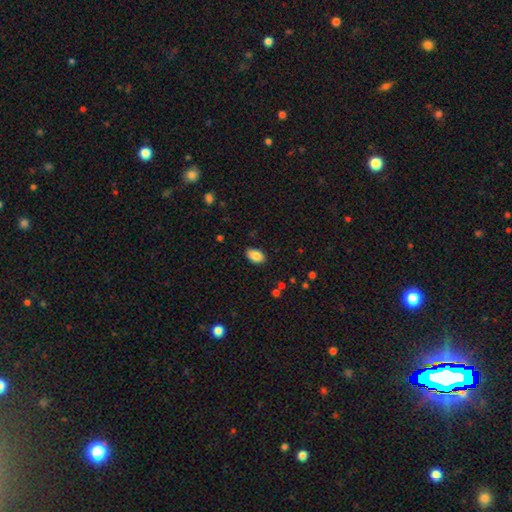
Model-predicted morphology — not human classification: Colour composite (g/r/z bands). It shows a smooth galaxy with no disk features (87%) that is in between round and cigar-shaped (89%). Merging: none (83%).